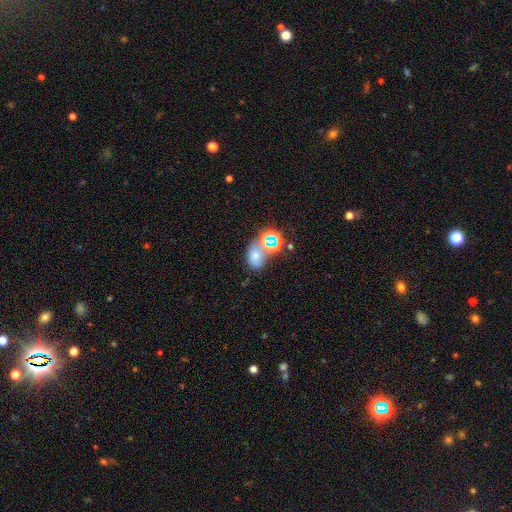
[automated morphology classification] Smooth or featured?
  - smooth: 56% *
  - star or artifact: 27%
  - featured or disk: 17%
How rounded?
  - in between: 70% *
  - round: 29%
  - cigar-shaped: 1%
Merging?
  - none: 42% *
  - merger: 35%
  - minor disturbance: 15%
  - major disturbance: 9%